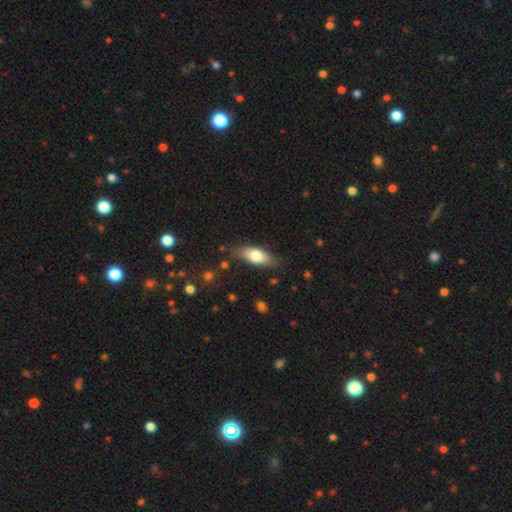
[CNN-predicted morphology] smooth 71%, featured or disk 23%, star or artifact 6%. Down the decision tree: how rounded — in between (76%); merging — none (79%).